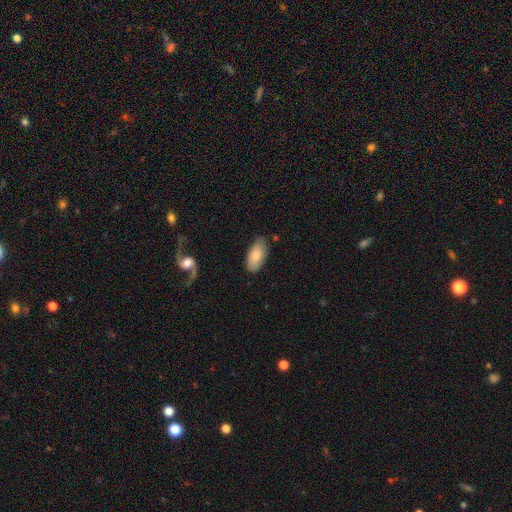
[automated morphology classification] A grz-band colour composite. It shows a smooth galaxy with no disk features (78%) that is in between round and cigar-shaped (94%). Merging: none (78%).